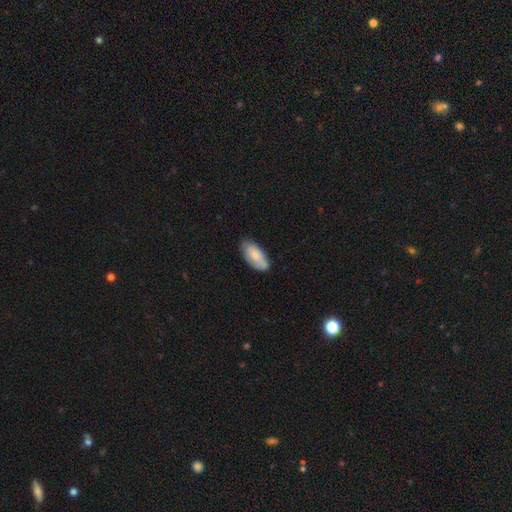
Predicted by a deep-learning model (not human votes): A smooth galaxy with no disk features (72%) that is in between round and cigar-shaped (92%). Merging: none (67%).